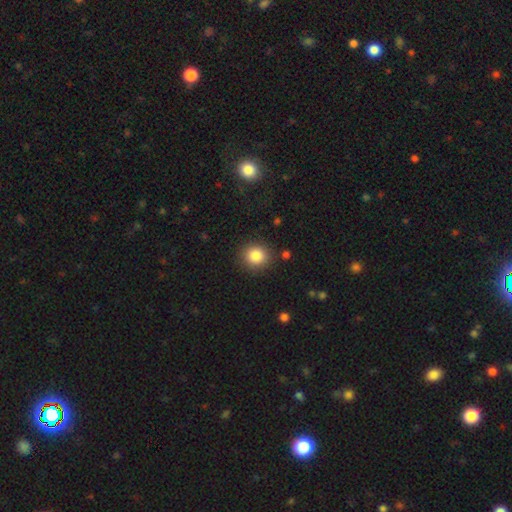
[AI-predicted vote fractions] This is clearly a smooth galaxy (85%). How rounded: clearly round (88%). Merging: clearly none (88%).